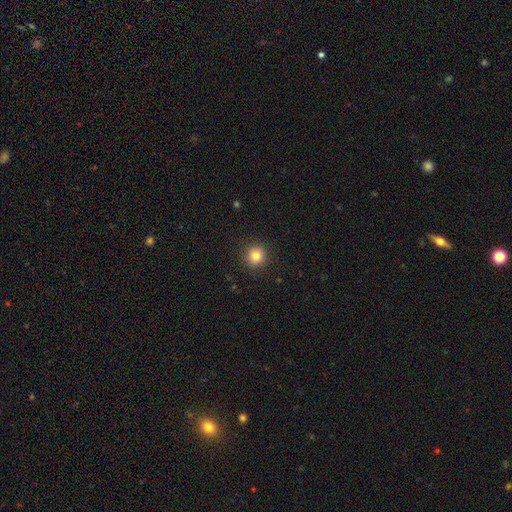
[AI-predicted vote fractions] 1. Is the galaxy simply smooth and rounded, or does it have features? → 82% smooth, 12% star or artifact, 6% featured or disk.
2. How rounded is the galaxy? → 91% round, 8% in between, 1% cigar-shaped.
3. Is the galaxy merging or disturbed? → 91% none, 6% minor disturbance, 2% major disturbance, 1% merger.